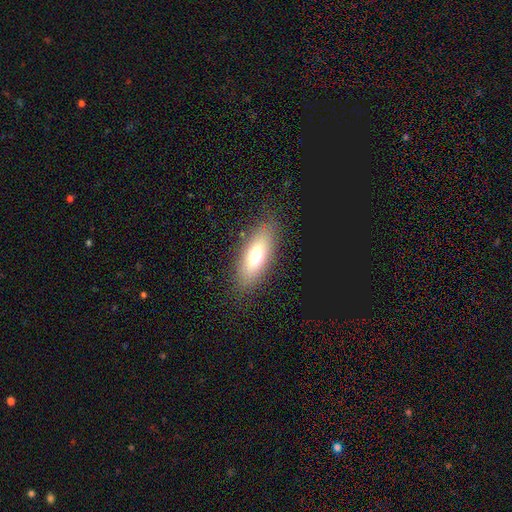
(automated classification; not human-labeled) Smooth or featured? Predicted: smooth (p=0.67). How rounded? Predicted: in between (p=0.70). Merging? Predicted: none (p=0.84).